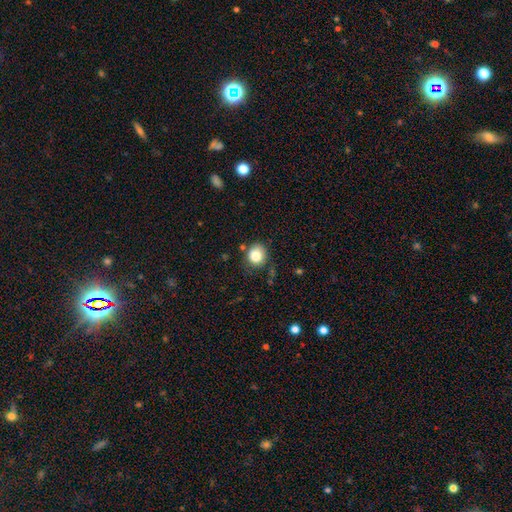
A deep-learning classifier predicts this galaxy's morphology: smooth 83%, star or artifact 10%, featured or disk 7%. Down the decision tree: how rounded — round (74%); merging — none (73%).